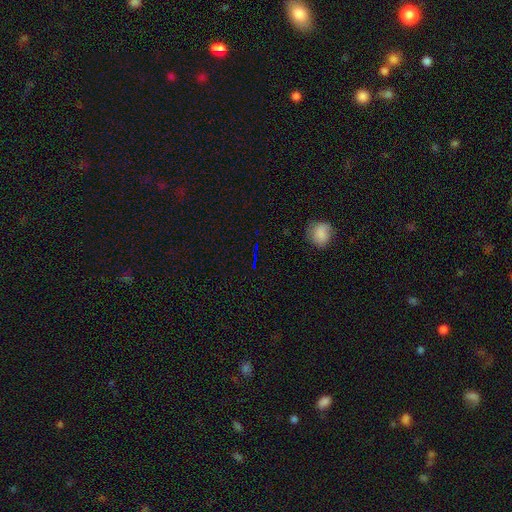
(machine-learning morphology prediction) The model was most divided on "smooth or featured": star or artifact: 68%, smooth: 19%, featured or disk: 13%.